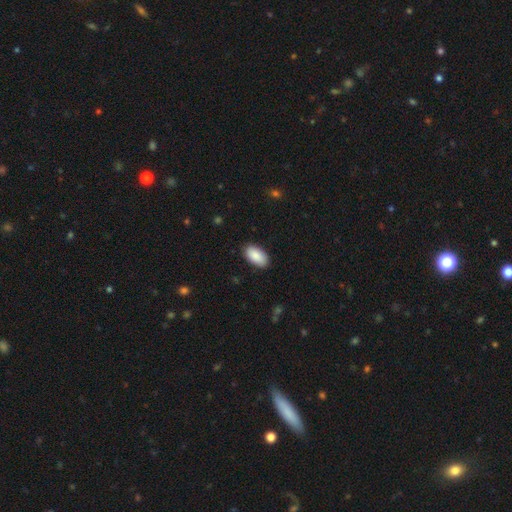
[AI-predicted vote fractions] Smooth or featured? smooth (90%)
How rounded? in between (95%)
Merging? none (88%)